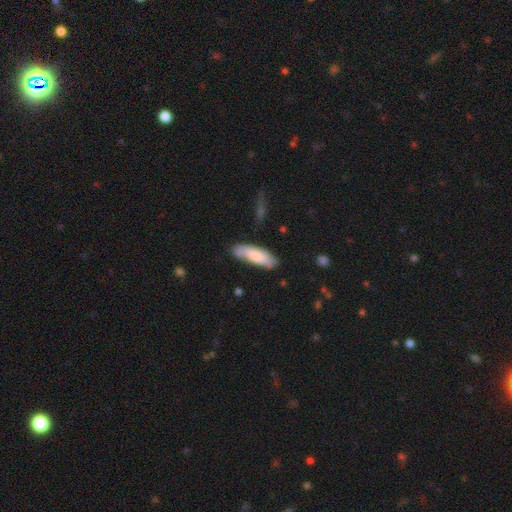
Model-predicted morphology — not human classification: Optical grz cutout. It shows a smooth galaxy with no disk features (72%) that is in between round and cigar-shaped (57%). Merging: none (68%).